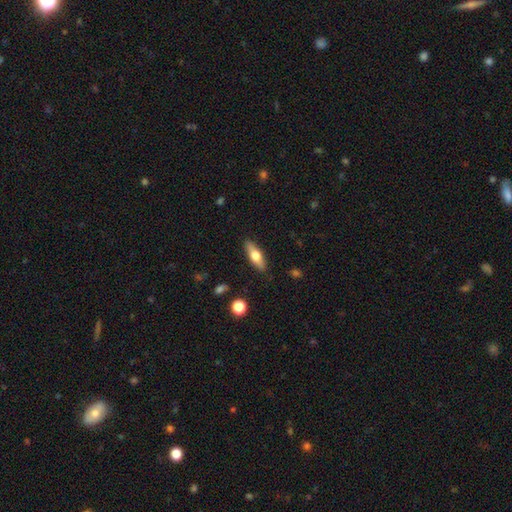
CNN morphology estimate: Smooth or featured? Predicted: smooth (p=0.53). How rounded? Predicted: in between (p=0.50). Merging? Predicted: none (p=0.87).